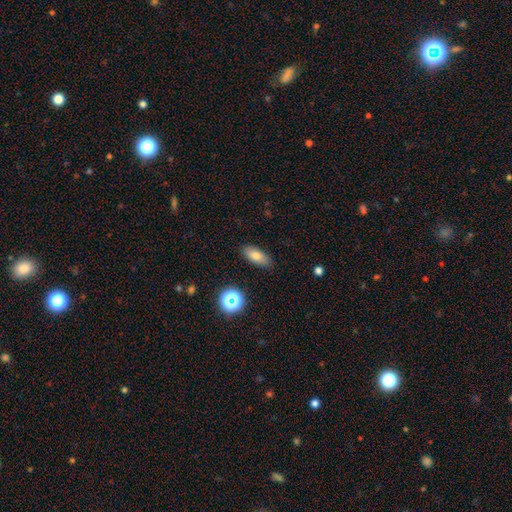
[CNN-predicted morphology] The model was most divided on "smooth or featured": smooth: 75%, featured or disk: 14%, star or artifact: 11%. More confident: merging — none (86%); how rounded — in between (79%).